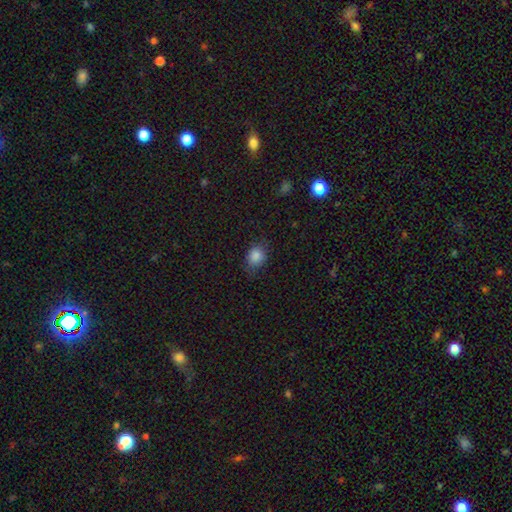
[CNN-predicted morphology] Smooth or featured: smooth — 84% (star or artifact — 10%)
How rounded: round — 53% (in between — 46%)
Merging: none — 72% (minor disturbance — 21%)